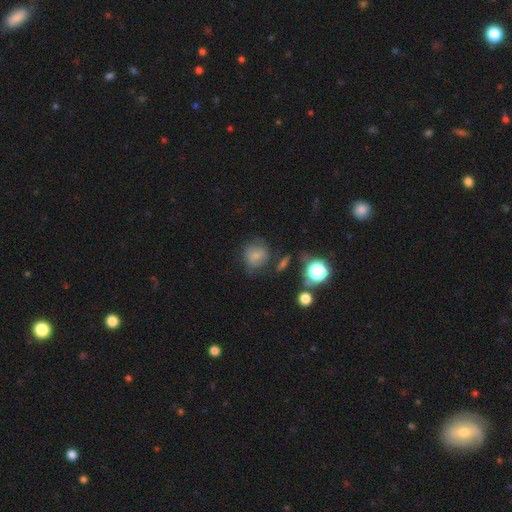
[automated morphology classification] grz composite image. It shows a smooth galaxy with no disk features (66%) that is round (76%). Merging: none (60%).